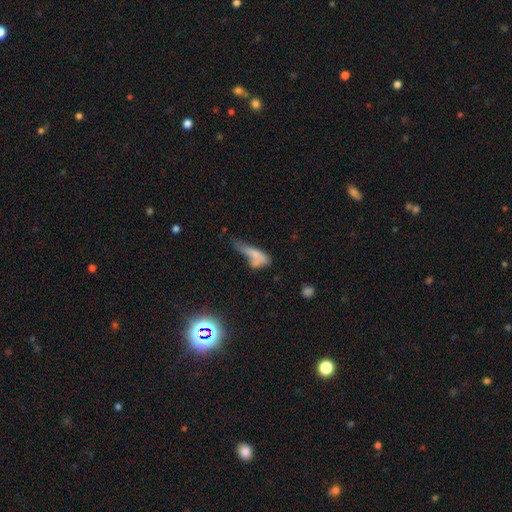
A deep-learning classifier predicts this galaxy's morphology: Q: Smooth or featured?
A: smooth (65%); runner-up: featured or disk (24%)
Q: How rounded?
A: in between (51%); runner-up: cigar-shaped (45%)
Q: Merging?
A: major disturbance (33%); runner-up: minor disturbance (25%)